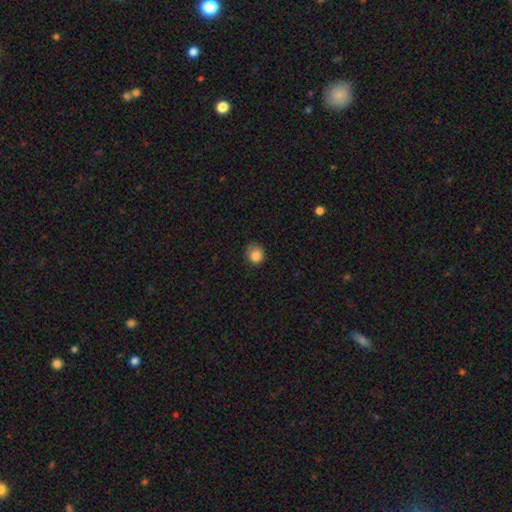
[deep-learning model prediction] Smooth or featured? smooth (85%)
How rounded? round (81%)
Merging? none (64%)